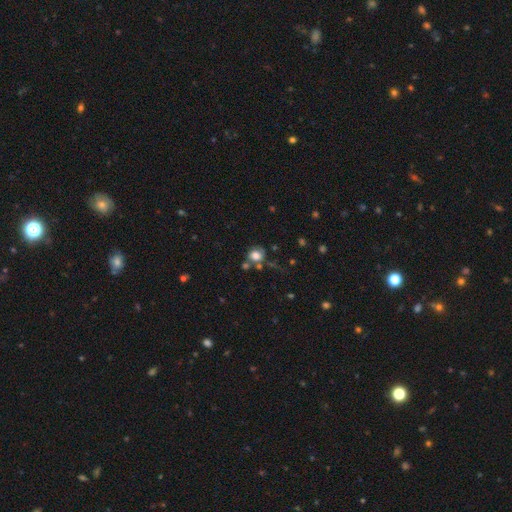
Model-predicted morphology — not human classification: Q: Smooth or featured?
A: smooth (75%); runner-up: featured or disk (14%)
Q: How rounded?
A: round (73%); runner-up: in between (26%)
Q: Merging?
A: none (53%); runner-up: minor disturbance (20%)